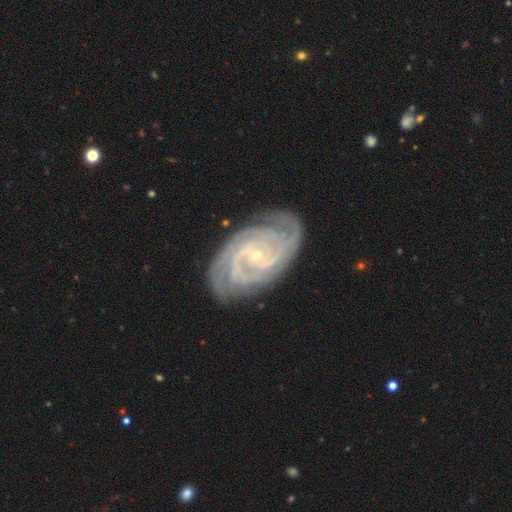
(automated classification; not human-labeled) A featured or disk galaxy (92%) with no bar (60%), 2 (31%) tight (72%) spiral arms (99%) and a small central bulge (86%). Merging: none (79%).